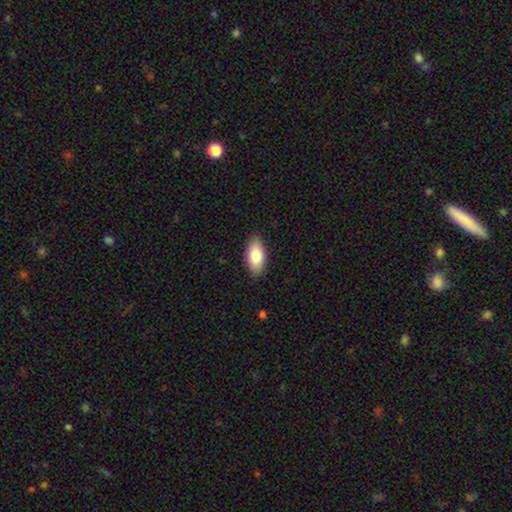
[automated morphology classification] Smooth or featured?
  - smooth: 82% *
  - featured or disk: 11%
  - star or artifact: 6%
How rounded?
  - in between: 92% *
  - cigar-shaped: 5%
  - round: 3%
Merging?
  - none: 87% *
  - minor disturbance: 10%
  - major disturbance: 2%
  - merger: 1%